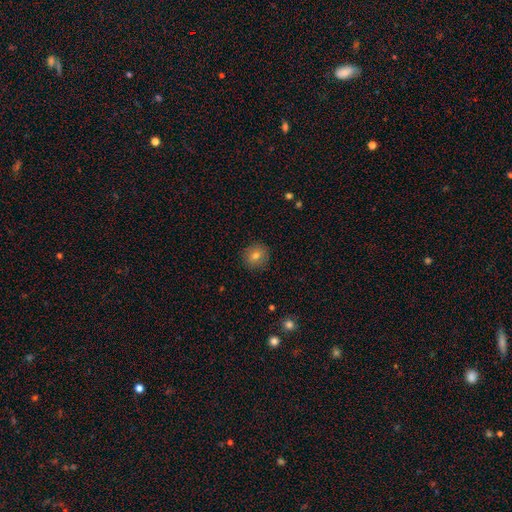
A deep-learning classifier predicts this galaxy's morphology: Overall: smooth (76%). How rounded: round (89%). Merging: none (90%).